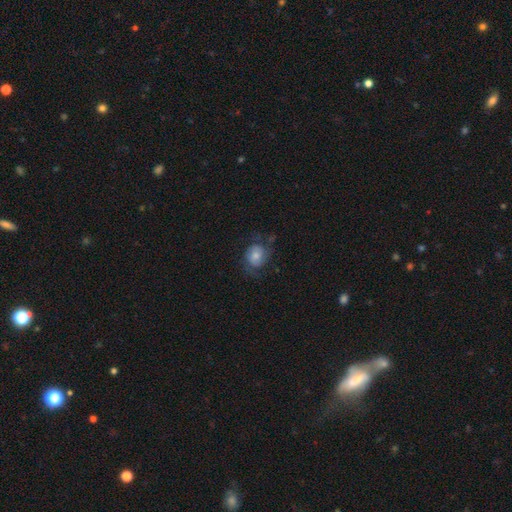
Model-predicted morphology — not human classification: smooth-or-featured: smooth: 55% | featured or disk: 37% | star or artifact: 9%
  how-rounded: round: 60% | in between: 39% | cigar-shaped: 1%
  merging: none: 55% | minor disturbance: 24% | major disturbance: 19% | merger: 2%